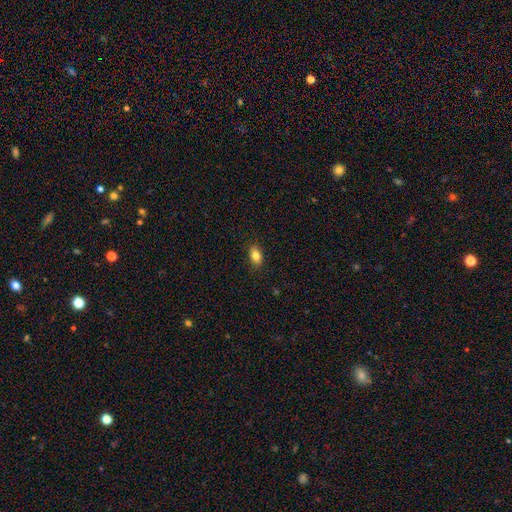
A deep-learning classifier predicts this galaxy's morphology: A smooth galaxy with no disk features (83%) that is in between round and cigar-shaped (87%).

Vote fractions:
- Smooth or featured? smooth: 83% / star or artifact: 9% / featured or disk: 9%
- How rounded? in between: 87% / round: 11% / cigar-shaped: 3%
- Merging? none: 87% / minor disturbance: 10% / major disturbance: 2% / merger: 1%